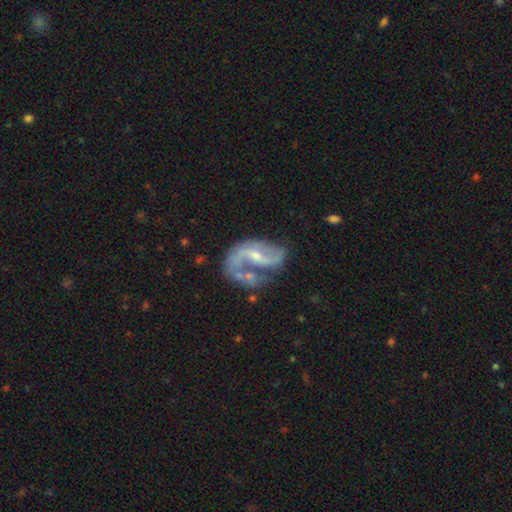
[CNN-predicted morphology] smooth-or-featured: featured or disk: 81% | smooth: 10% | star or artifact: 9%
  disk-edge-on: no: 97% | yes: 3%
    bar: weak: 42% | no: 35% | strong: 23%
    has-spiral-arms: yes: 88% | no: 12%
      spiral-winding: medium: 42% | loose: 41% | tight: 17%
      spiral-arm-count: 2: 69% | 1: 19% | can't tell: 7% | 3: 2% | 4: 1% | more than 4: 1%
    bulge-size: small: 60% | moderate: 30% | none: 7% | large: 2% | dominant: 1%
  merging: none: 42% | major disturbance: 25% | minor disturbance: 20% | merger: 14%